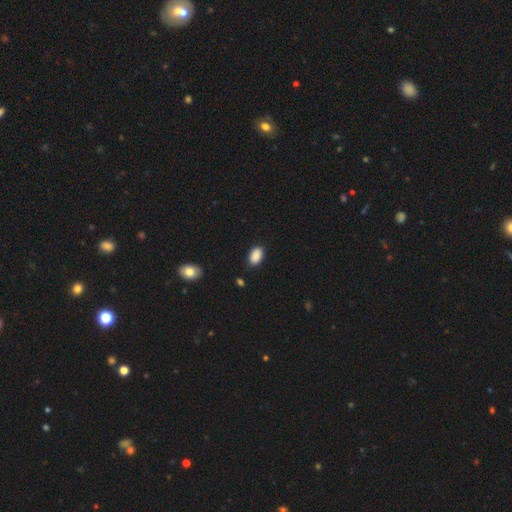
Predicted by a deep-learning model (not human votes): Smooth or featured? Predicted: smooth (p=0.89). How rounded? Predicted: in between (p=0.90). Merging? Predicted: none (p=0.83).